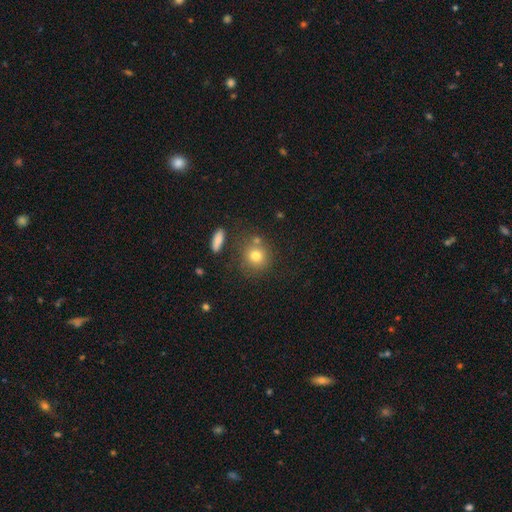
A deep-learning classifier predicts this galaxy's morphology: The model was most divided on "merging": none: 69%, merger: 15%, minor disturbance: 12%, major disturbance: 4%. More confident: how rounded — round (86%); smooth or featured — smooth (76%).